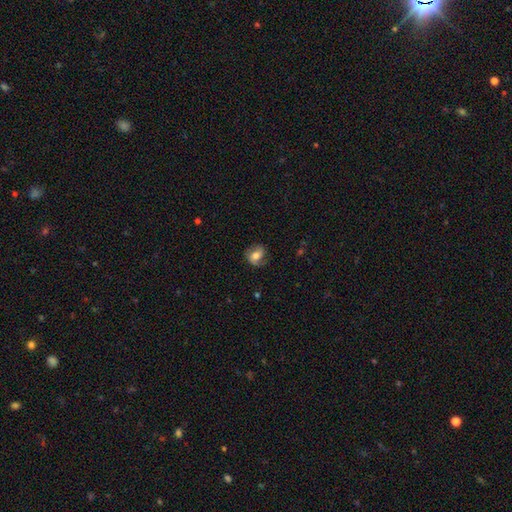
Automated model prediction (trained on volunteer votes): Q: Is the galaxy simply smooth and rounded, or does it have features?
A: featured or disk — 46%.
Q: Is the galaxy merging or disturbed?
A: none — 66%.